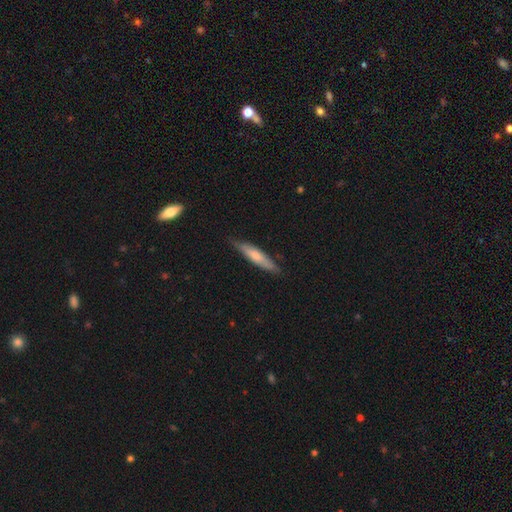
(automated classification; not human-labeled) Smooth or featured: smooth — 59% (featured or disk — 35%)
How rounded: cigar-shaped — 86% (in between — 13%)
Merging: none — 80% (minor disturbance — 16%)